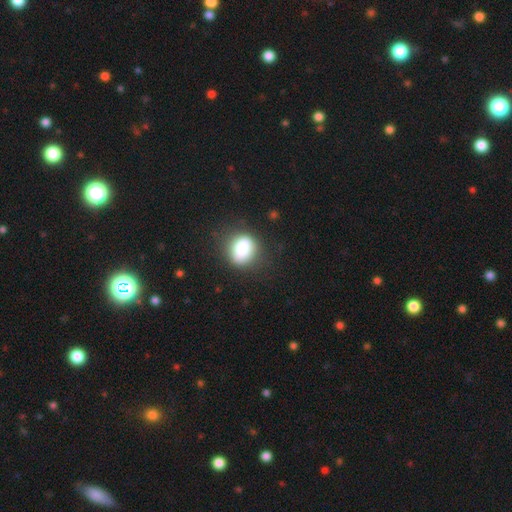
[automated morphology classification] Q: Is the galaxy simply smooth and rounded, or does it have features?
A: smooth — 76%.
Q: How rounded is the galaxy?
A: in between — 53%.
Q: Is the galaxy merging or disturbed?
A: none — 81%.